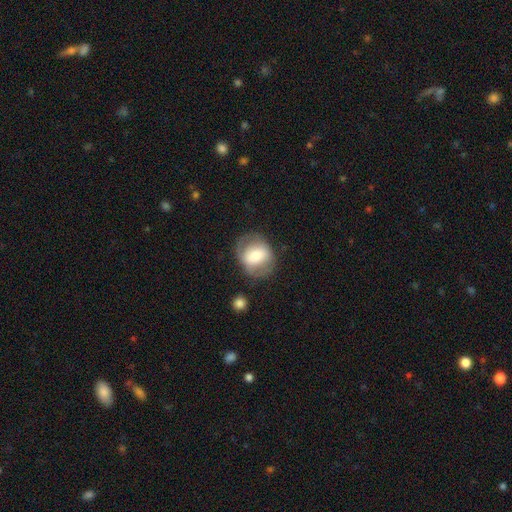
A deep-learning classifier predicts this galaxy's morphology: The model was most divided on "smooth or featured": smooth: 52%, featured or disk: 41%, star or artifact: 7%. More confident: merging — none (64%); how rounded — round (58%).